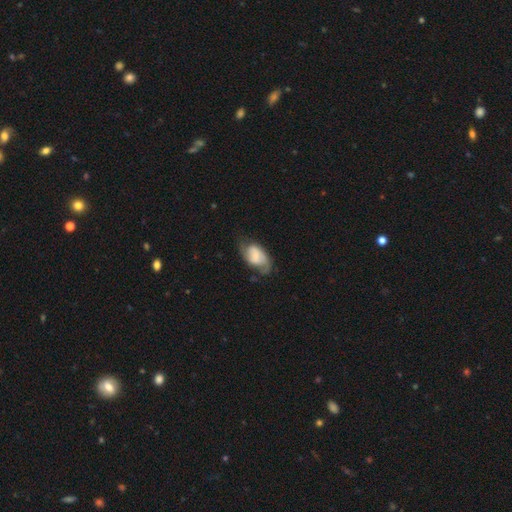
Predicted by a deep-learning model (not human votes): A featured or disk galaxy (59%) with no bar (44%), spiral arms (87%) and a small central bulge (49%).

Vote fractions:
- Smooth or featured? featured or disk: 59% / smooth: 35% / star or artifact: 7%
- Edge-on disk? no: 96% / yes: 4%
- Bar? no: 44% / weak: 42% / strong: 15%
- Spiral arms? yes: 87% / no: 13%
- Bulge size? small: 49% / moderate: 27% / none: 14% / large: 8% / dominant: 2%
- Merging? none: 56% / minor disturbance: 26% / major disturbance: 15% / merger: 2%